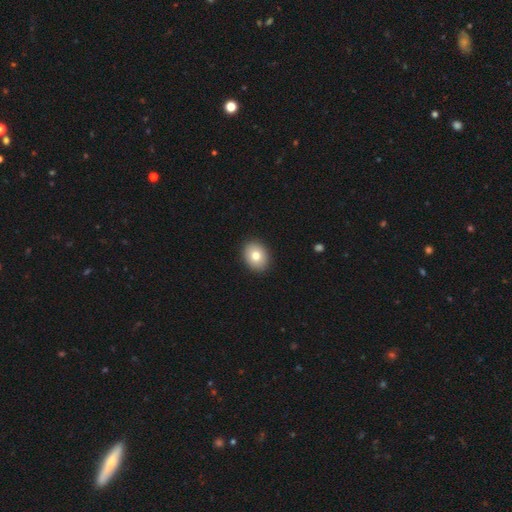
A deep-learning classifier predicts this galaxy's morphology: This appears to be a smooth galaxy with no disk features (79%) that is in between round and cigar-shaped (57%). Merging: none (91%).